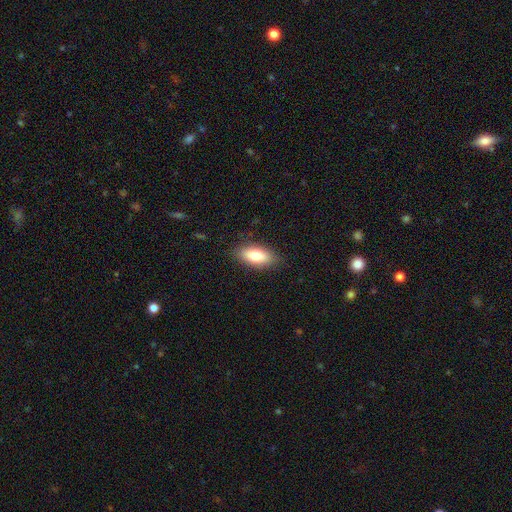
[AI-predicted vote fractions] Smooth or featured? Predicted: smooth (p=0.77). How rounded? Predicted: in between (p=0.83). Merging? Predicted: none (p=0.86).